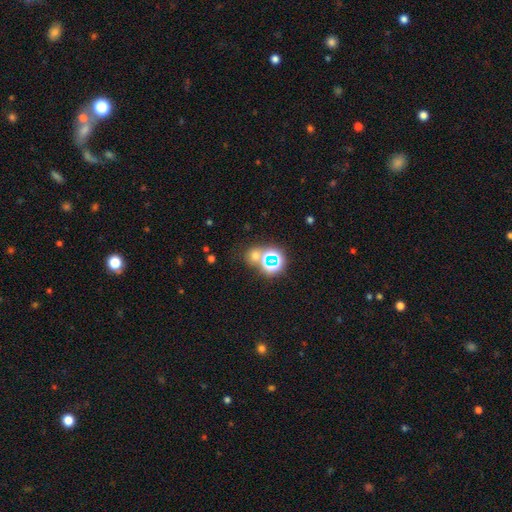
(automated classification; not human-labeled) Morphology: type=smooth (48%); merging=none (63%).